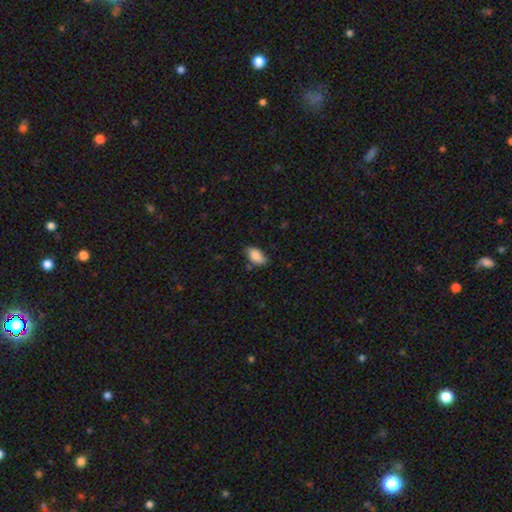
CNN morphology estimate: Smooth or featured: smooth — 86% (star or artifact — 7%)
How rounded: in between — 92% (round — 5%)
Merging: none — 77% (minor disturbance — 18%)